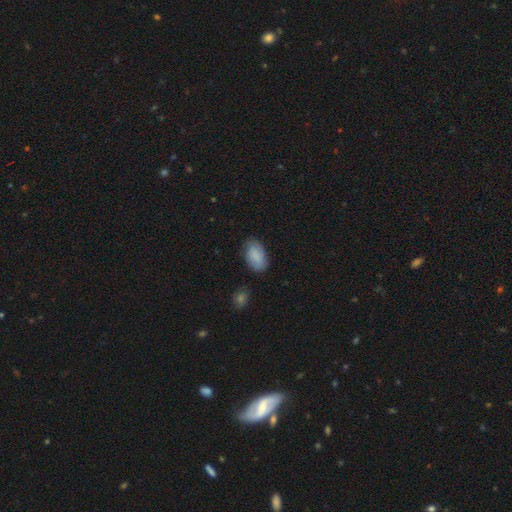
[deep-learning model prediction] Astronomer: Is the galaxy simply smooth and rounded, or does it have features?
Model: smooth — 86%.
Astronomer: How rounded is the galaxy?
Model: in between — 93%.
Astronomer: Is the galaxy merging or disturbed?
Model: none — 75%.